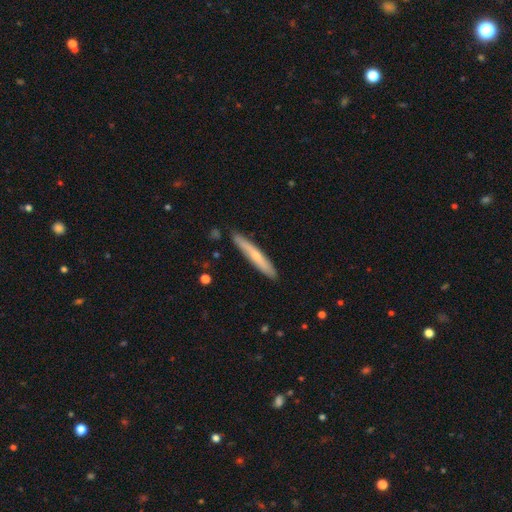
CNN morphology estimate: The model was most divided on "smooth or featured": smooth: 54%, featured or disk: 40%, star or artifact: 6%. More confident: how rounded — cigar-shaped (94%); merging — none (86%).